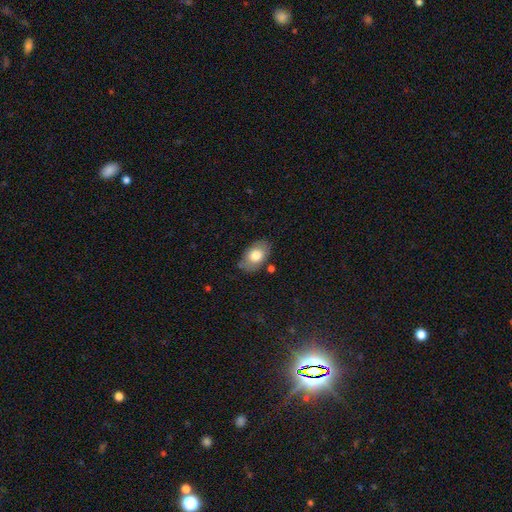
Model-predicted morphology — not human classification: A smooth galaxy with no disk features (74%) that is in between round and cigar-shaped (90%). Merging: none (76%).